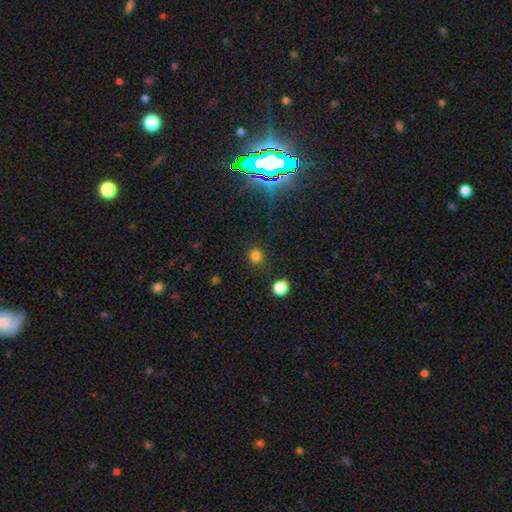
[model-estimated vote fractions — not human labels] This appears to be a smooth galaxy with no disk features (78%) that is round (85%). Merging: none (84%).